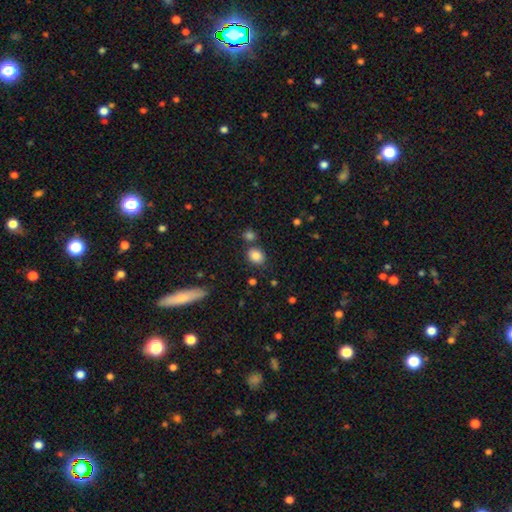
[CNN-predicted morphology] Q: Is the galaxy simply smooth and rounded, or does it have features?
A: smooth — 84%.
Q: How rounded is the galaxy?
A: in between — 50%.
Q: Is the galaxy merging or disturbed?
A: none — 74%.